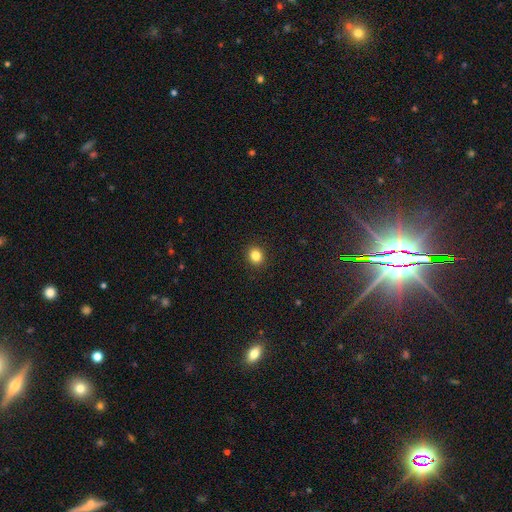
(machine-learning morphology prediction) smooth 84%, star or artifact 11%, featured or disk 5%. Down the decision tree: how rounded — round (78%); merging — none (92%).